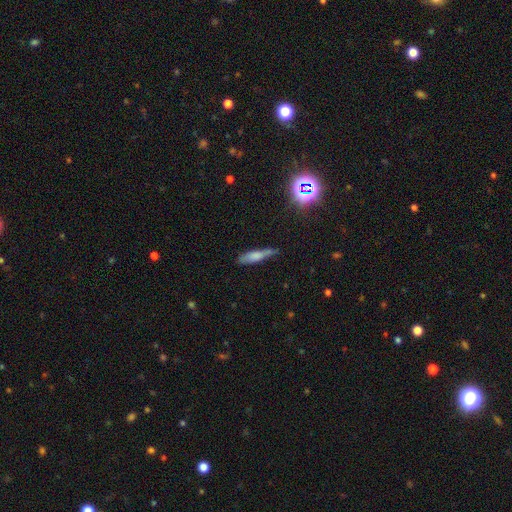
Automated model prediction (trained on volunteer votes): smooth_or_featured: smooth (p=0.67) [alt: featured or disk p=0.23]
how_rounded: cigar-shaped (p=0.76) [alt: in between p=0.22]
merging: none (p=0.61) [alt: minor disturbance p=0.28]